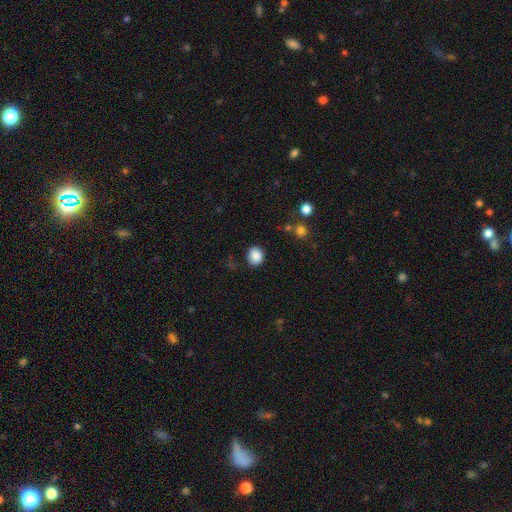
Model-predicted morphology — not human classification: smooth_or_featured: smooth (p=0.87) [alt: star or artifact p=0.09]
how_rounded: round (p=0.71) [alt: in between p=0.29]
merging: none (p=0.83) [alt: minor disturbance p=0.12]